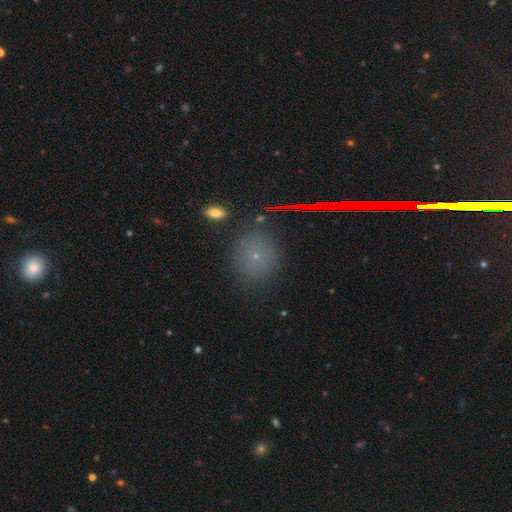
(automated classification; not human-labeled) A smooth galaxy with no disk features (60%) that is round (71%).

Vote fractions:
- Smooth or featured? smooth: 60% / star or artifact: 27% / featured or disk: 13%
- How rounded? round: 71% / in between: 27% / cigar-shaped: 2%
- Merging? none: 84% / minor disturbance: 10% / major disturbance: 3% / merger: 3%